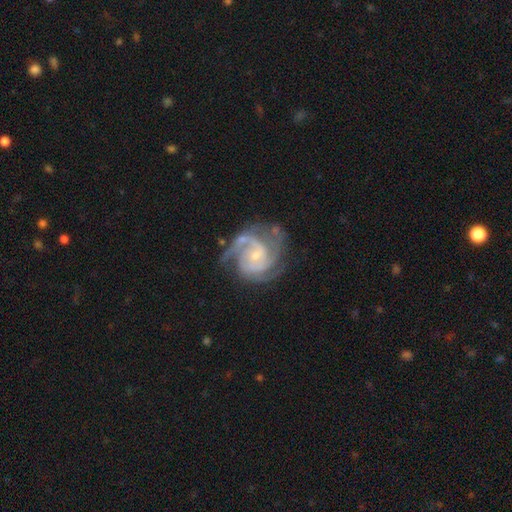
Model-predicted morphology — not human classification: featured or disk 91%, star or artifact 5%, smooth 4%. Down the decision tree: edge-on disk — no (98%); bar — no (57%); spiral arms — yes (98%); spiral arm count — 3 (38%); spiral winding — tight (48%); bulge size — small (71%); merging — none (66%).